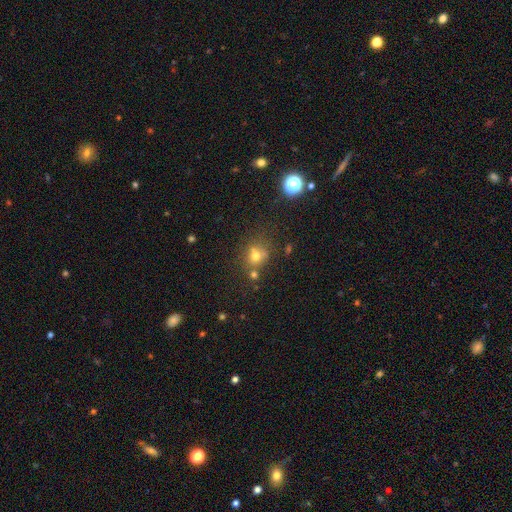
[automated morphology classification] Smooth or featured: smooth — 65% (star or artifact — 21%)
How rounded: round — 73% (in between — 26%)
Merging: none — 53% (merger — 25%)